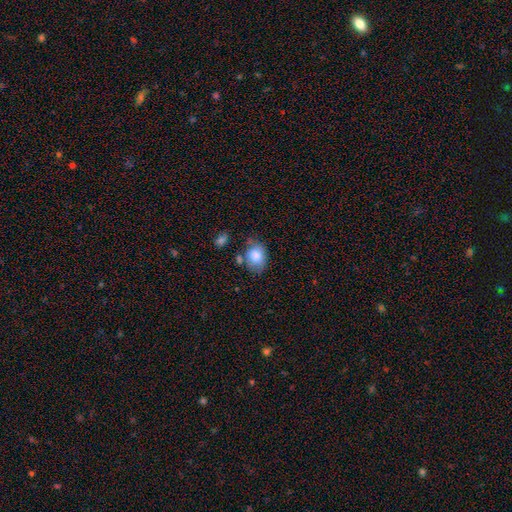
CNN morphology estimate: Overall: smooth (80%). How rounded: in between (72%). Merging: none (54%; minor disturbance 28%).